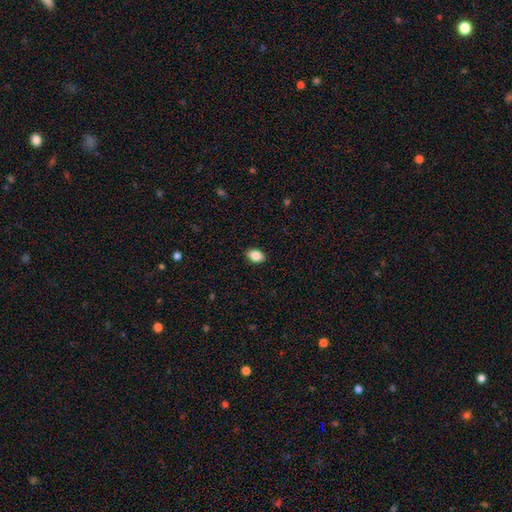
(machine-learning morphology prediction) Smooth or featured?
  - smooth: 87% *
  - star or artifact: 8%
  - featured or disk: 5%
How rounded?
  - in between: 82% *
  - round: 17%
  - cigar-shaped: 1%
Merging?
  - none: 89% *
  - minor disturbance: 9%
  - major disturbance: 2%
  - merger: 1%